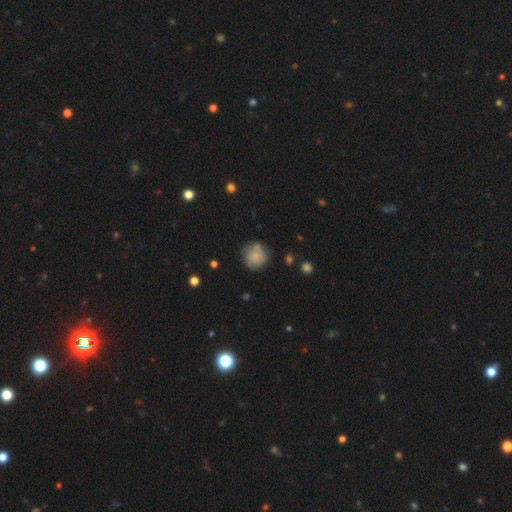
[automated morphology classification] smooth-or-featured: smooth: 70% | featured or disk: 22% | star or artifact: 9%
  how-rounded: round: 87% | in between: 12% | cigar-shaped: 1%
  merging: none: 62% | minor disturbance: 24% | major disturbance: 9% | merger: 5%